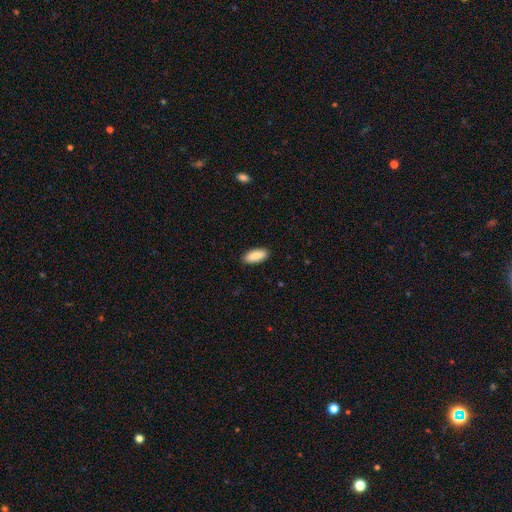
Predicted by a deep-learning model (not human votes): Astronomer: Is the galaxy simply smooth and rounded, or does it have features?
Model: smooth — 90%.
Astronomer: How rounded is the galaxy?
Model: in between — 83%.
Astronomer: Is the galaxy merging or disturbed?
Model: none — 90%.